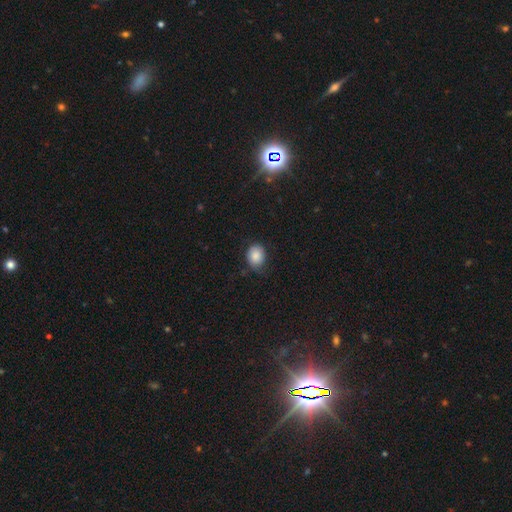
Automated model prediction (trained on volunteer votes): smooth 85%, star or artifact 8%, featured or disk 6%. Down the decision tree: how rounded — in between (51%); merging — none (68%).